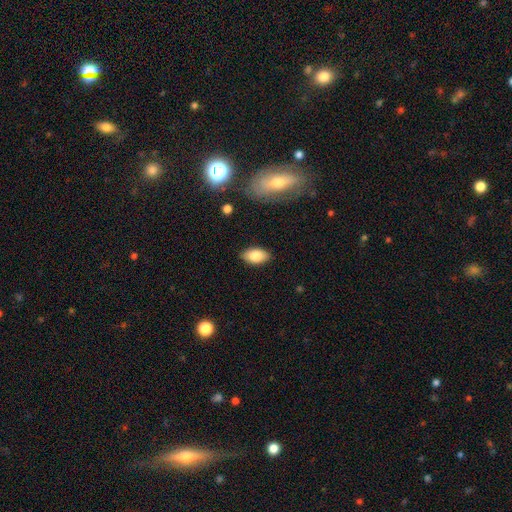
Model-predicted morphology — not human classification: type=smooth (80%); roundness=in between (92%); merging=none (87%).